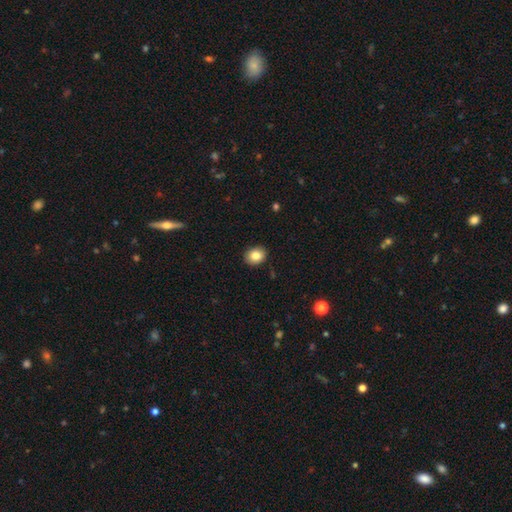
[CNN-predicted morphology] This is clearly a smooth galaxy (84%). How rounded: possibly round (52%). Merging: clearly none (90%).